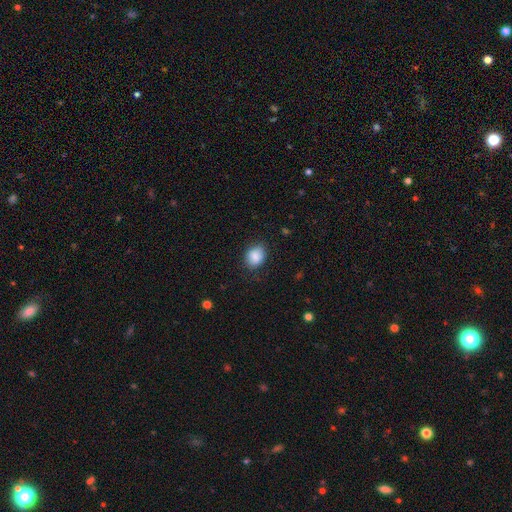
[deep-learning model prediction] Smooth or featured? smooth (88%)
How rounded? in between (52%)
Merging? none (78%)